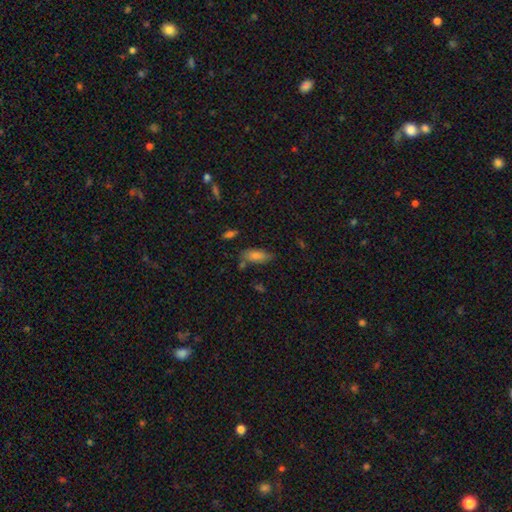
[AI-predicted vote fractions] Smooth or featured?
  - smooth: 72% *
  - featured or disk: 14%
  - star or artifact: 14%
How rounded?
  - in between: 82% *
  - cigar-shaped: 15%
  - round: 3%
Merging?
  - none: 67% *
  - minor disturbance: 19%
  - merger: 9%
  - major disturbance: 5%